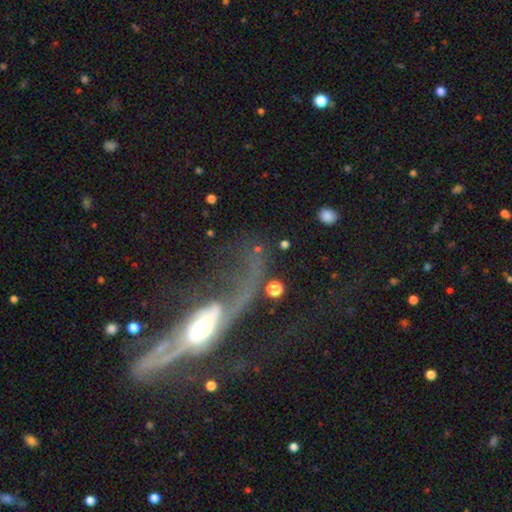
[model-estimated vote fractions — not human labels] featured or disk 60%, smooth 26%, star or artifact 14%. Down the decision tree: edge-on disk — no (82%); merging — major disturbance (45%).